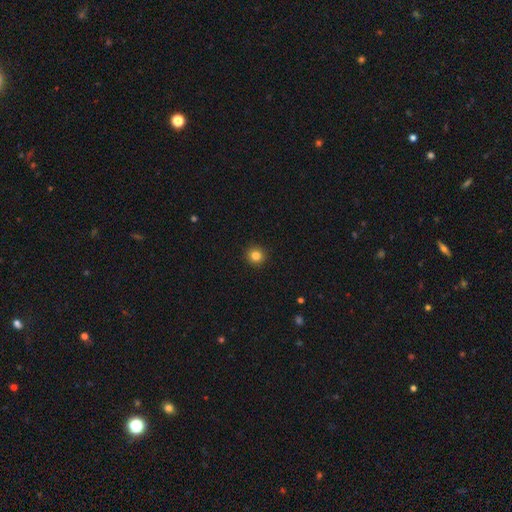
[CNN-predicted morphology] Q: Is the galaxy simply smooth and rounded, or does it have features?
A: smooth — 83%.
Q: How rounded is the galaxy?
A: round — 95%.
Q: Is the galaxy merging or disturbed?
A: none — 93%.